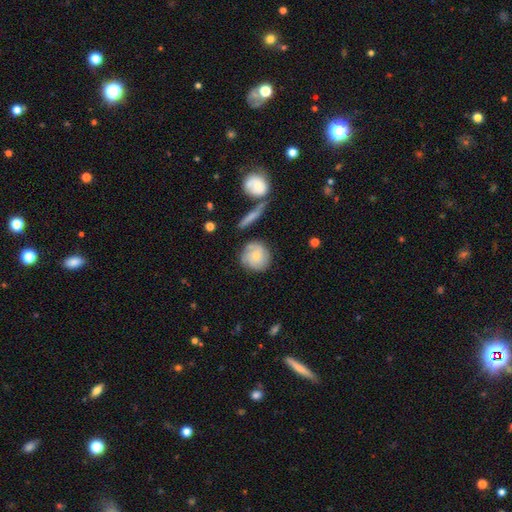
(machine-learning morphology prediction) The model was most divided on "smooth or featured": featured or disk: 56%, smooth: 36%, star or artifact: 8%. More confident: edge-on disk — no (96%); spiral arms — yes (87%); bar — no (77%); merging — none (72%); bulge size — small (61%).